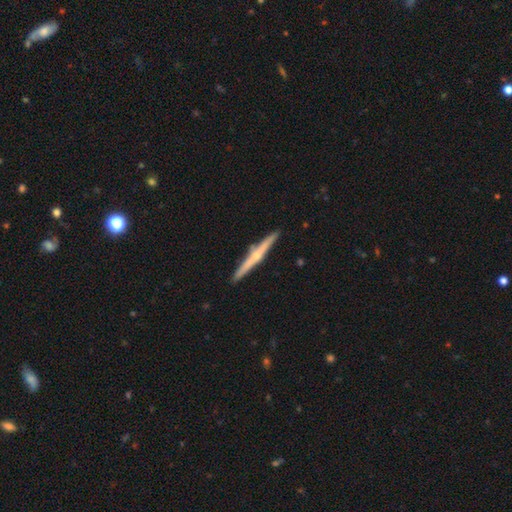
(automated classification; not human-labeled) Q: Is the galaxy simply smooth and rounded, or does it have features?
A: featured or disk — 70%.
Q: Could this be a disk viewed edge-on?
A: yes — 98%.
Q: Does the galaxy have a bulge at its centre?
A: rounded — 77%.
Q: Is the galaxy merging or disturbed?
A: none — 90%.